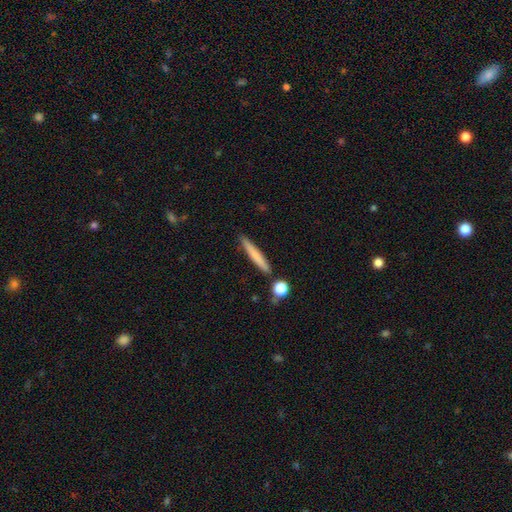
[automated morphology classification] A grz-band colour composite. It shows a smooth galaxy with no disk features (70%) that is cigar-shaped (95%). Merging: none (85%).